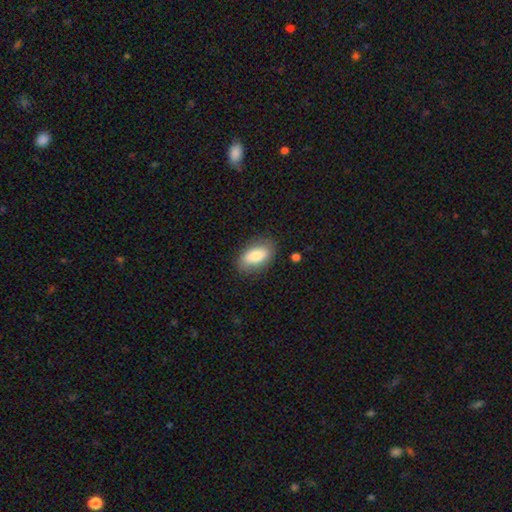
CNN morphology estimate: Q: Smooth or featured?
A: smooth (79%); runner-up: featured or disk (14%)
Q: How rounded?
A: in between (91%); runner-up: round (5%)
Q: Merging?
A: none (82%); runner-up: minor disturbance (13%)